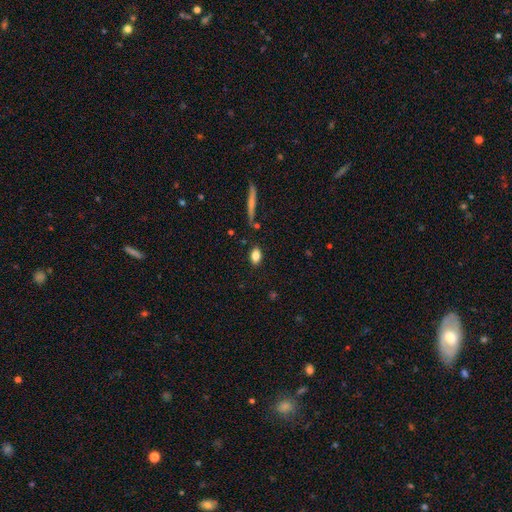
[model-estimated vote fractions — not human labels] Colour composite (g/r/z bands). It shows a smooth galaxy with no disk features (82%) that is in between round and cigar-shaped (85%). Merging: none (84%).